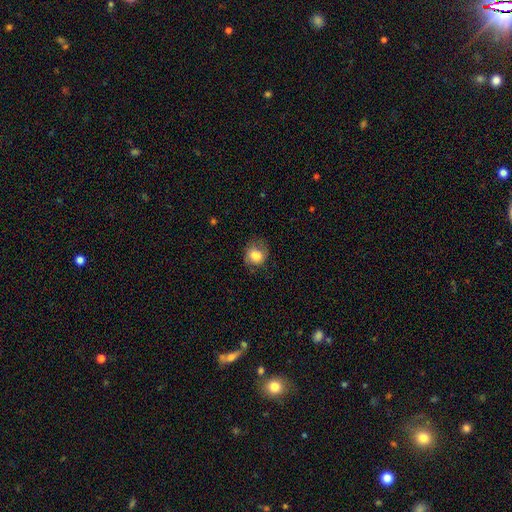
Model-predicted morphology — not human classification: A smooth galaxy with no disk features (77%) that is round (64%).

Vote fractions:
- Smooth or featured? smooth: 77% / featured or disk: 14% / star or artifact: 9%
- How rounded? round: 64% / in between: 35% / cigar-shaped: 1%
- Merging? none: 52% / minor disturbance: 29% / major disturbance: 17% / merger: 2%